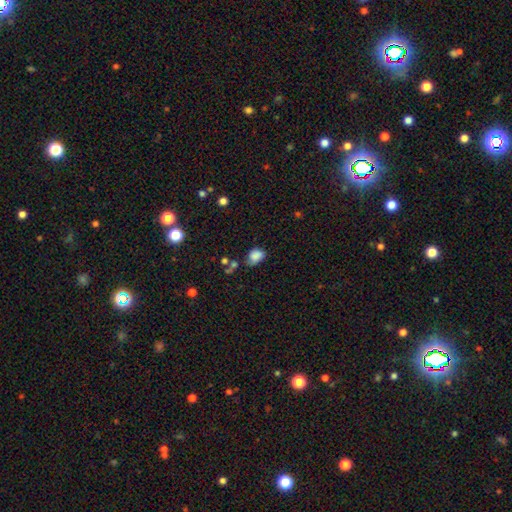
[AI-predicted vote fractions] Smooth or featured? smooth (79%)
How rounded? in between (72%)
Merging? none (42%)